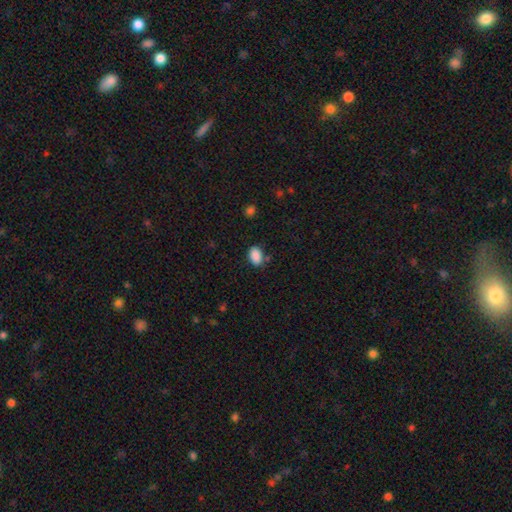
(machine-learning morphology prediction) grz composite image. It shows a smooth galaxy with no disk features (89%) that is in between round and cigar-shaped (85%). Merging: none (78%).